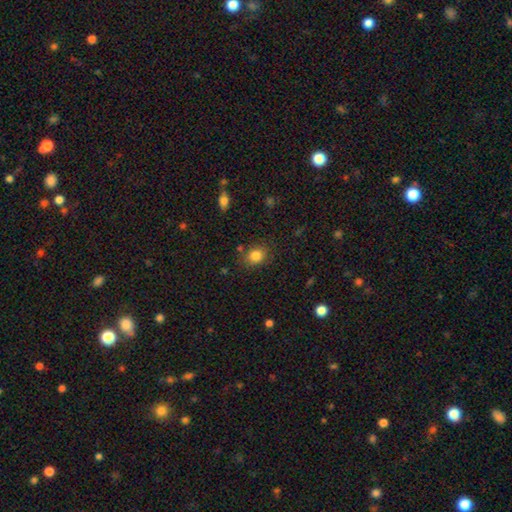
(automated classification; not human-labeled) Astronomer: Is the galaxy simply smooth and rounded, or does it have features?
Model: smooth — 83%.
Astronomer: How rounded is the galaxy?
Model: round — 55% (runner-up: in between, 44%).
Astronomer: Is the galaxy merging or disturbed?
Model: none — 79%.